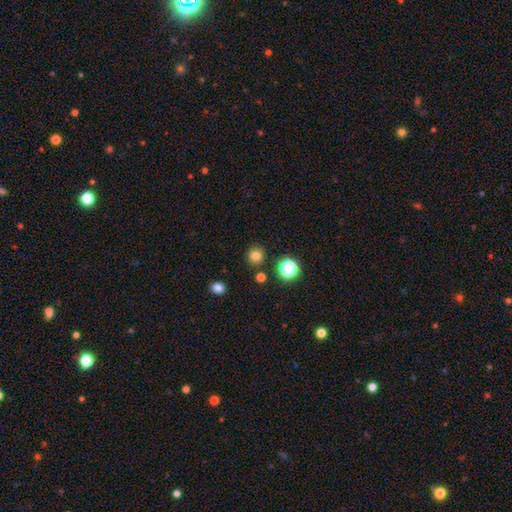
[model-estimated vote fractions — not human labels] Morphology: type=smooth (79%); roundness=round (92%); merging=none (88%).